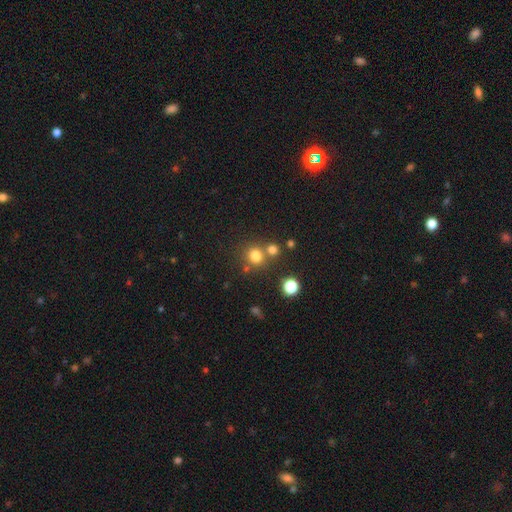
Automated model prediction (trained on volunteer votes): Overall: smooth (76%). How rounded: round (88%). Merging: none (66%).